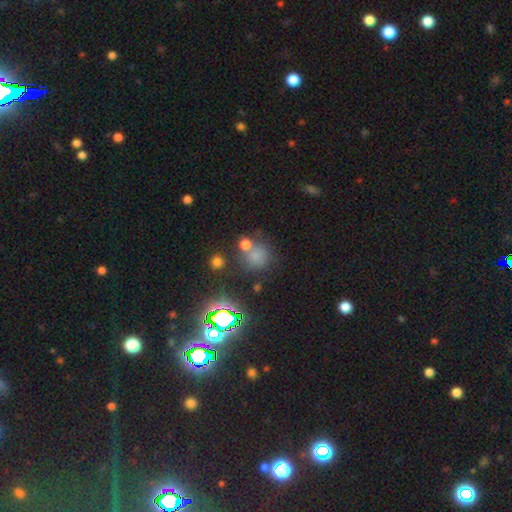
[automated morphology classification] Smooth or featured? Predicted: smooth (p=0.64). How rounded? Predicted: round (p=0.86). Merging? Predicted: none (p=0.60).